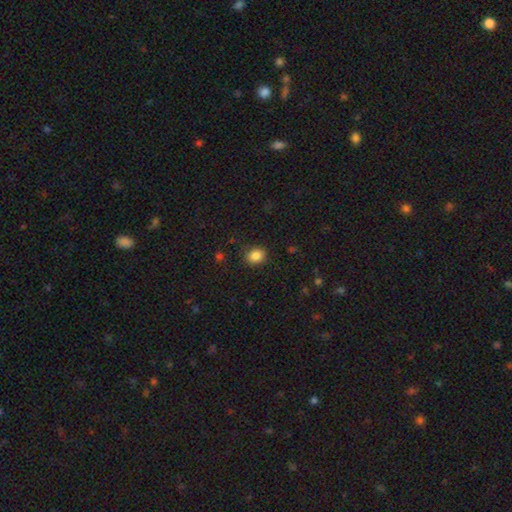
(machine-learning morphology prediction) Q: Smooth or featured?
A: smooth (85%); runner-up: star or artifact (10%)
Q: How rounded?
A: round (65%); runner-up: in between (34%)
Q: Merging?
A: none (87%); runner-up: minor disturbance (9%)